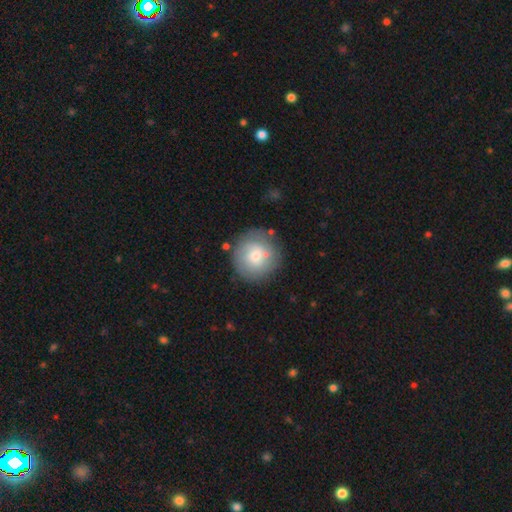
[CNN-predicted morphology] type=smooth (59%); roundness=round (93%); merging=none (78%).